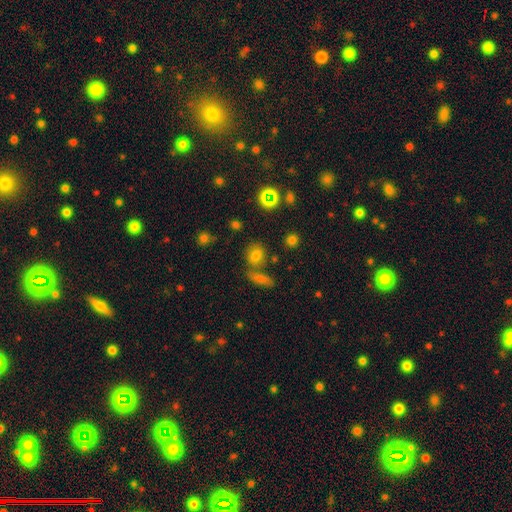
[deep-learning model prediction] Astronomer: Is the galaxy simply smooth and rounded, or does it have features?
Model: smooth — 71%.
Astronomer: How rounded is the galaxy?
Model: round — 50% (runner-up: in between, 46%).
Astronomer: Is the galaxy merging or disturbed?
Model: none — 60%.